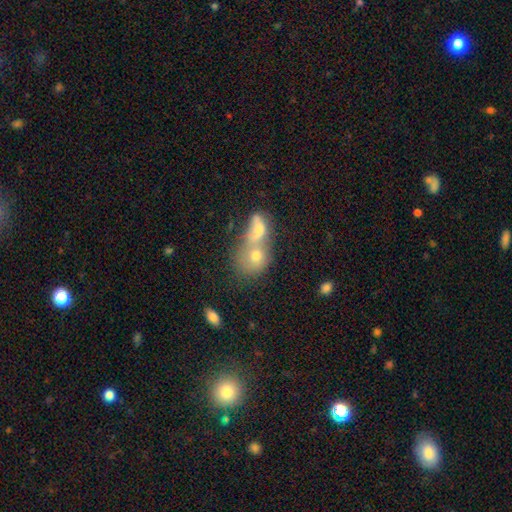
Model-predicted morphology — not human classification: Q: Smooth or featured?
A: smooth (67%); runner-up: featured or disk (22%)
Q: How rounded?
A: round (54%); runner-up: in between (44%)
Q: Merging?
A: merger (71%); runner-up: none (17%)